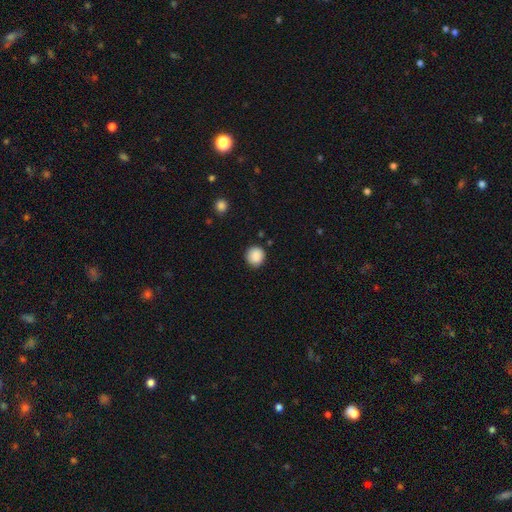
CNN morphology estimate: The model was most divided on "merging": none: 88%, minor disturbance: 8%, major disturbance: 2%, merger: 1%. More confident: how rounded — round (92%); smooth or featured — smooth (88%).